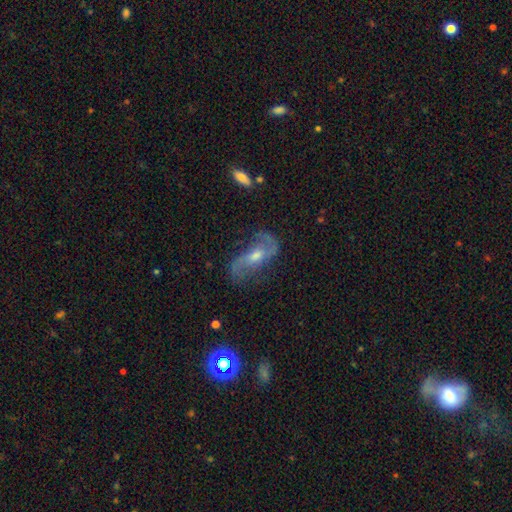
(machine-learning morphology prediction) Smooth or featured: featured or disk — 82% (smooth — 11%)
Edge-on disk: no — 93% (yes — 7%)
Bar: weak — 44% (no — 37%)
Spiral arms: yes — 93% (no — 7%)
Spiral winding: loose — 61% (medium — 30%)
Spiral arm count: 2 — 89% (can't tell — 5%)
Bulge size: moderate — 59% (small — 32%)
Merging: none — 68% (minor disturbance — 19%)